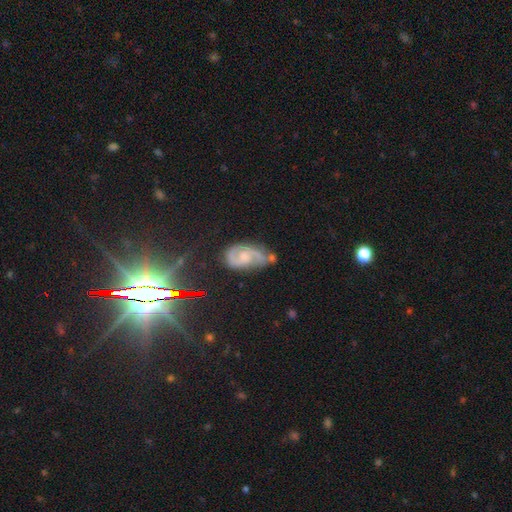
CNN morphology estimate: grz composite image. It shows a featured or disk galaxy (78%) with no bar (52%), 2 (86%) medium (52%) spiral arms (95%) and a small central bulge (38%). Merging: none (55%).